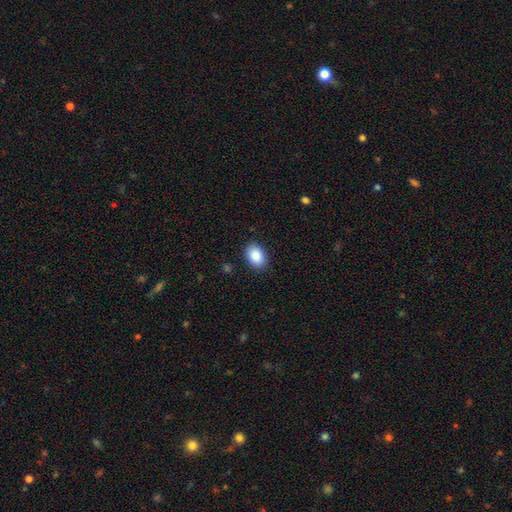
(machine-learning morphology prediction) Smooth or featured?
  - smooth: 88% *
  - star or artifact: 7%
  - featured or disk: 4%
How rounded?
  - in between: 83% *
  - round: 16%
  - cigar-shaped: 1%
Merging?
  - none: 89% *
  - minor disturbance: 8%
  - major disturbance: 2%
  - merger: 1%